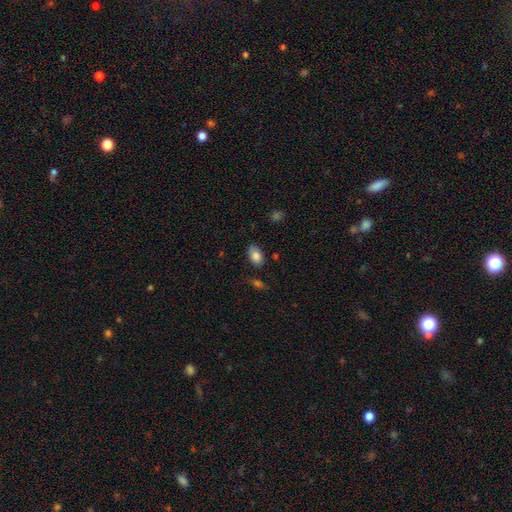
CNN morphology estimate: smooth-or-featured: smooth: 84% | featured or disk: 8% | star or artifact: 8%
  how-rounded: in between: 92% | round: 7% | cigar-shaped: 2%
  merging: none: 76% | minor disturbance: 18% | major disturbance: 4% | merger: 3%